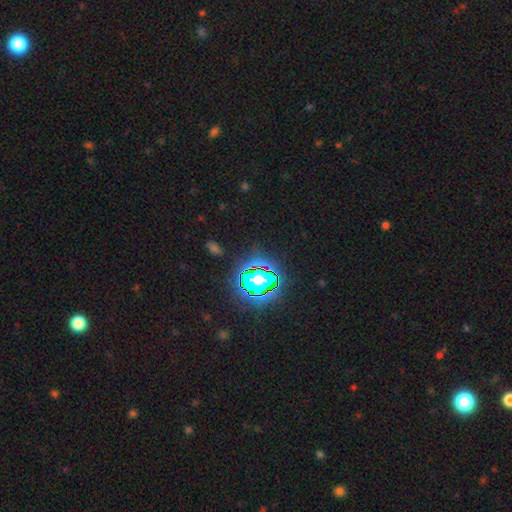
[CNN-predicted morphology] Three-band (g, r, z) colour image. It shows a star or artifact, not a galaxy (83%).